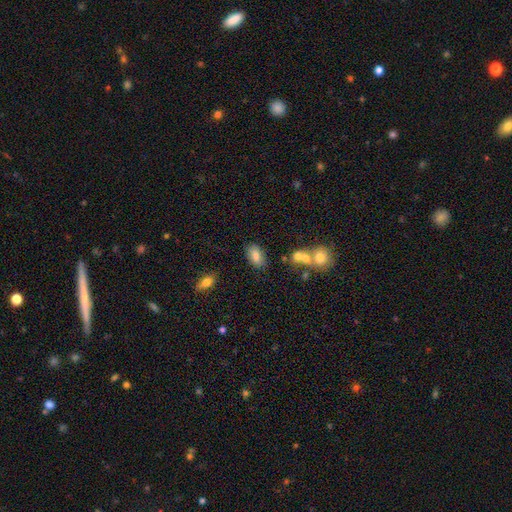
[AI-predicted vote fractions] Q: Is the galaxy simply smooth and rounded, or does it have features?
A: smooth — 82%.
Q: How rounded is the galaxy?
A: in between — 91%.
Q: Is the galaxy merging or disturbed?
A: none — 78%.